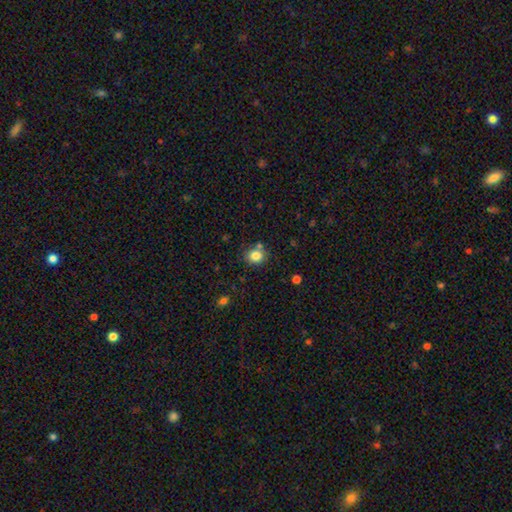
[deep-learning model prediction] Q: Smooth or featured?
A: smooth (82%); runner-up: star or artifact (11%)
Q: How rounded?
A: round (77%); runner-up: in between (22%)
Q: Merging?
A: none (75%); runner-up: minor disturbance (11%)